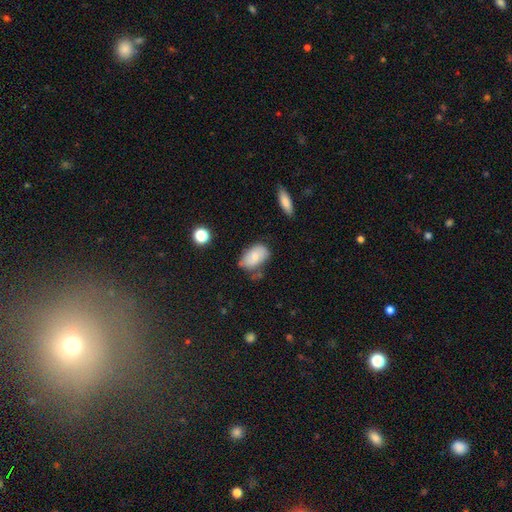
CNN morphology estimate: Smooth or featured? Predicted: smooth (p=0.70). How rounded? Predicted: in between (p=0.90). Merging? Predicted: none (p=0.53).